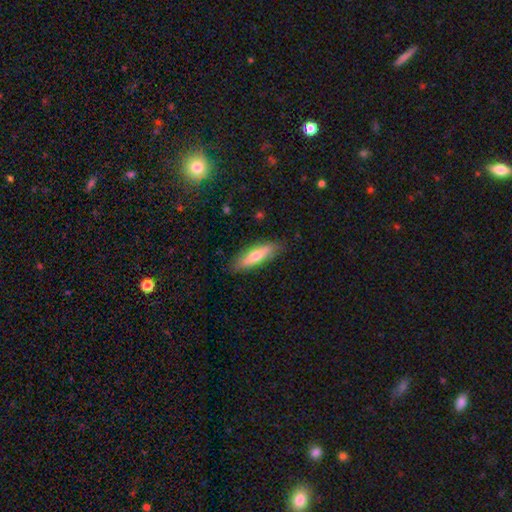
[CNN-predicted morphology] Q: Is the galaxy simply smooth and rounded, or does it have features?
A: smooth — 61%.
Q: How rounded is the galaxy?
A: cigar-shaped — 55%.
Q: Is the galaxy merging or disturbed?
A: none — 82%.